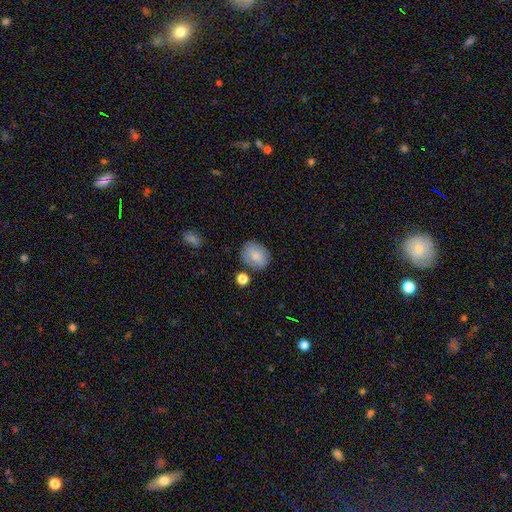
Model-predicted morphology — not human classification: Smooth or featured? smooth (78%)
How rounded? in between (50%)
Merging? none (74%)